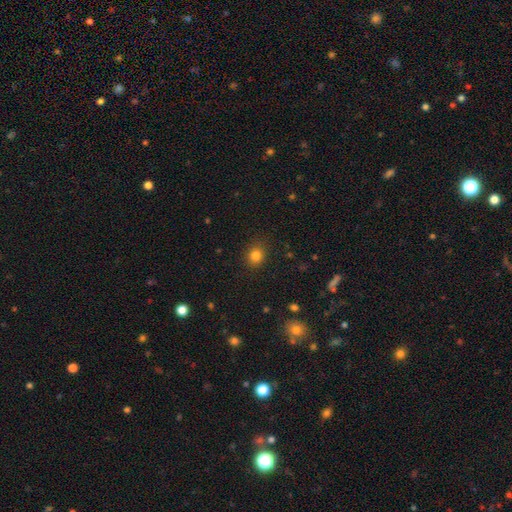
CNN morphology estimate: This appears to be a smooth galaxy with no disk features (81%) that is round (77%). Merging: none (88%).